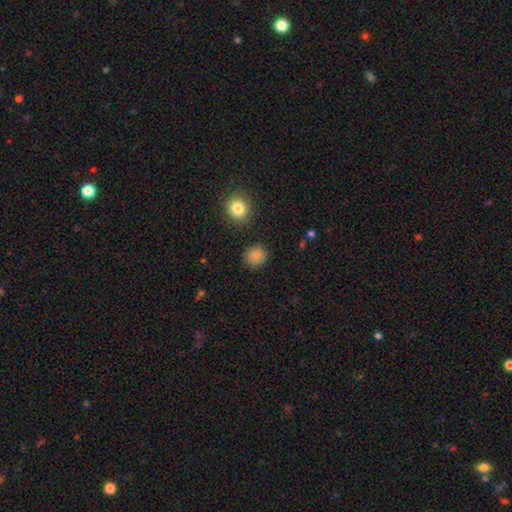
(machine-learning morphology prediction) Smooth or featured? Predicted: smooth (p=0.84). How rounded? Predicted: round (p=0.90). Merging? Predicted: none (p=0.89).